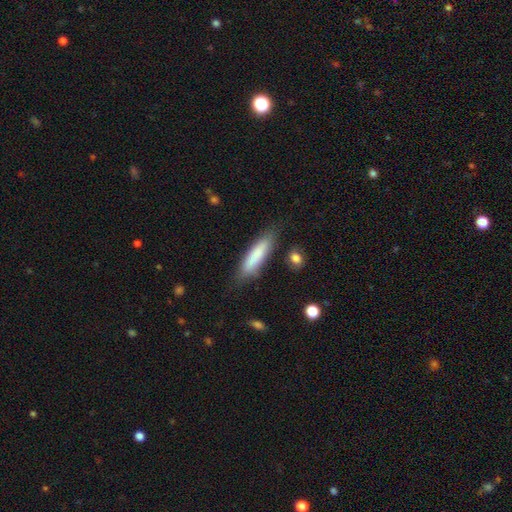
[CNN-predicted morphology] This is clearly a smooth galaxy (80%). How rounded: likely cigar-shaped (75%). Merging: likely none (76%).